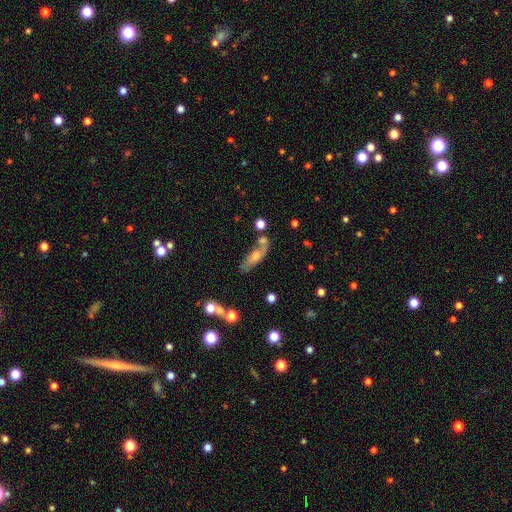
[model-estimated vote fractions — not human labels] smooth_or_featured: featured or disk (p=0.49) [alt: smooth p=0.41]
merging: none (p=0.51) [alt: minor disturbance p=0.20]